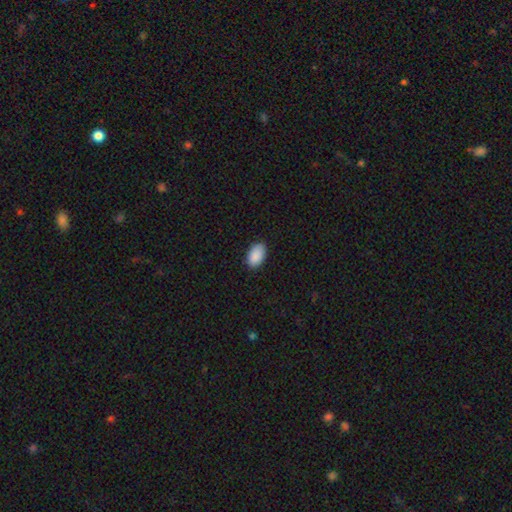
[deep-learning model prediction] This is clearly a smooth galaxy (90%). How rounded: clearly in between (93%). Merging: clearly none (85%).